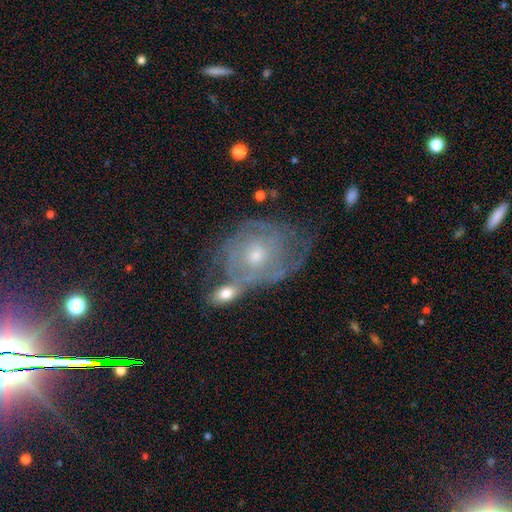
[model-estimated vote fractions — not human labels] Q: Smooth or featured?
A: featured or disk (73%); runner-up: smooth (19%)
Q: Edge-on disk?
A: no (96%); runner-up: yes (4%)
Q: Bar?
A: no (78%); runner-up: weak (19%)
Q: Spiral arms?
A: yes (76%); runner-up: no (24%)
Q: Spiral winding?
A: tight (64%); runner-up: medium (26%)
Q: Spiral arm count?
A: can't tell (58%); runner-up: 2 (17%)
Q: Bulge size?
A: small (52%); runner-up: moderate (44%)
Q: Merging?
A: none (40%); runner-up: merger (24%)